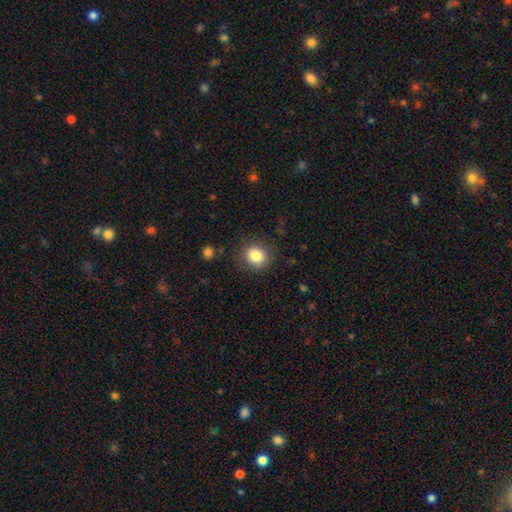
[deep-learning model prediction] A smooth galaxy with no disk features (83%) that is round (84%). Merging: none (84%).